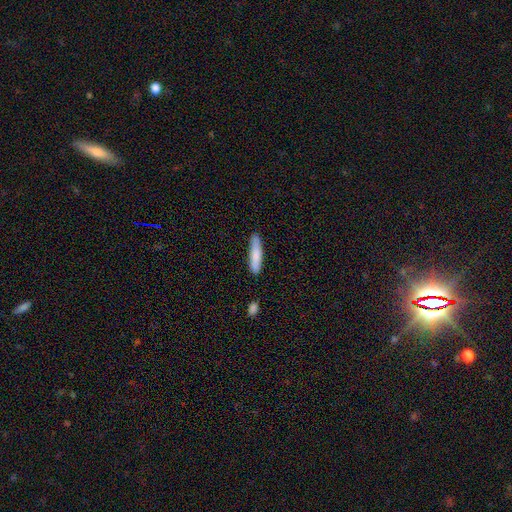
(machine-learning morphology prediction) Smooth or featured? Predicted: smooth (p=0.81). How rounded? Predicted: cigar-shaped (p=0.86). Merging? Predicted: none (p=0.84).